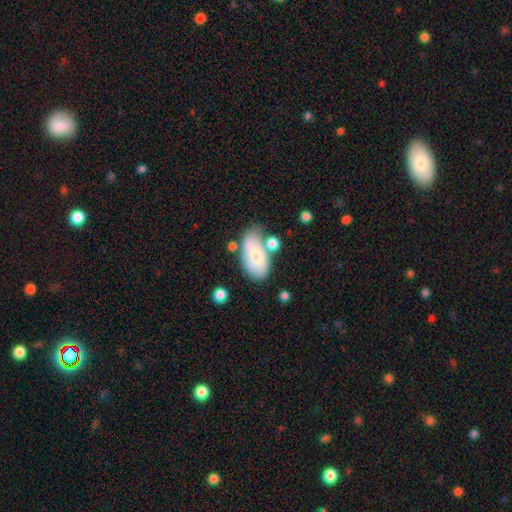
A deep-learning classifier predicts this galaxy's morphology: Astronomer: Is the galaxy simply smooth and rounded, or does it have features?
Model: smooth — 61%.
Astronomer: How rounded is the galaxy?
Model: in between — 93%.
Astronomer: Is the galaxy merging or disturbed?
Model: none — 46% (runner-up: minor disturbance, 24%).